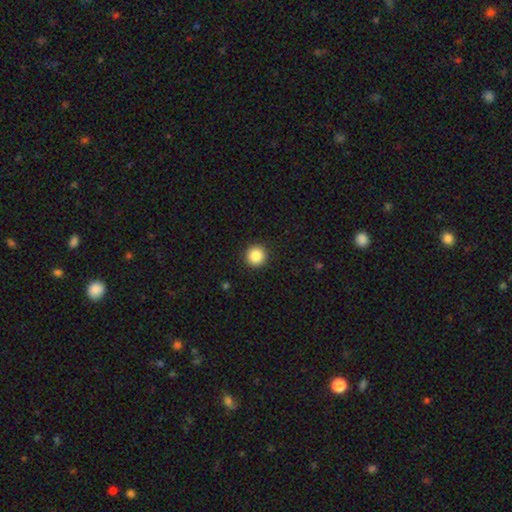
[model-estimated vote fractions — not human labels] Q: Smooth or featured?
A: smooth (87%); runner-up: star or artifact (9%)
Q: How rounded?
A: round (96%); runner-up: in between (3%)
Q: Merging?
A: none (93%); runner-up: minor disturbance (5%)